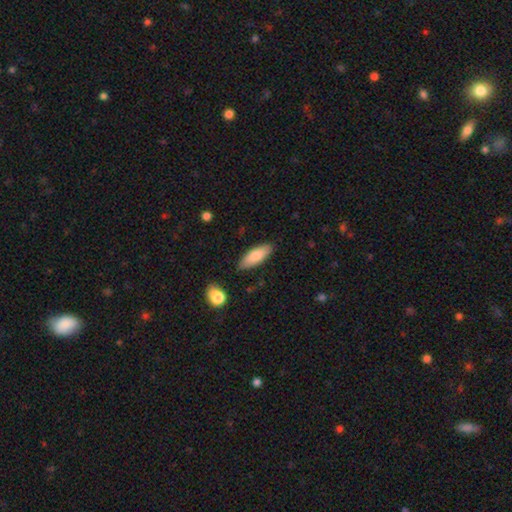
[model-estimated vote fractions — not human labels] A smooth galaxy with no disk features (83%) that is in between round and cigar-shaped (69%). Merging: none (83%).